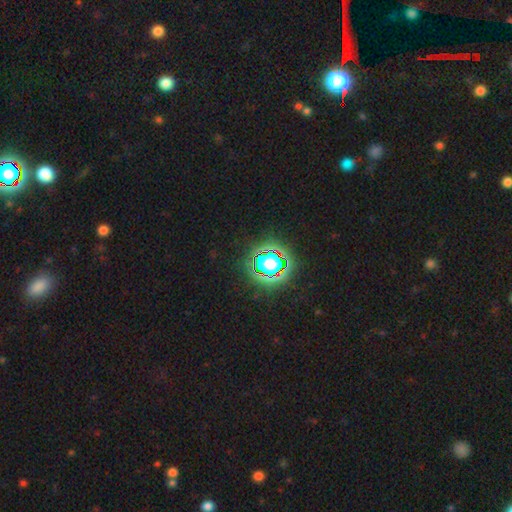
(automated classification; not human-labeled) A star or artifact, not a galaxy (73%).